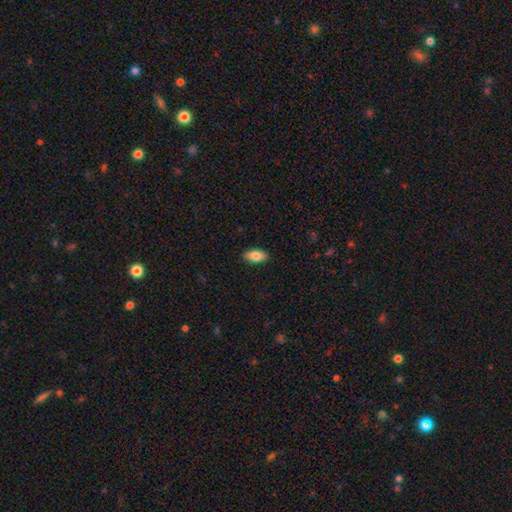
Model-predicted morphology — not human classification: Smooth or featured? smooth (83%)
How rounded? in between (91%)
Merging? none (90%)